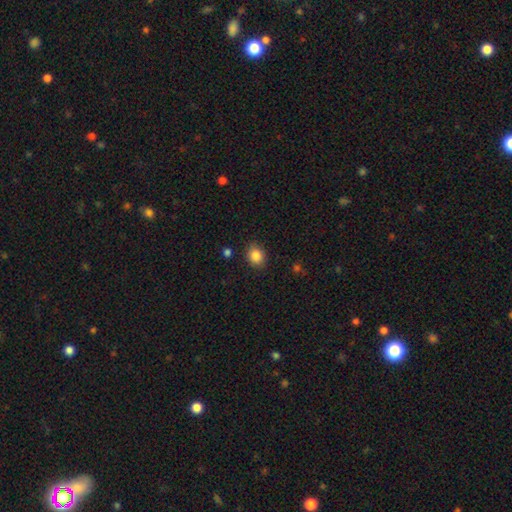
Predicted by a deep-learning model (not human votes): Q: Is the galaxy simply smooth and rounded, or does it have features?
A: smooth — 85%.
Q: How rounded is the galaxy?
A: round — 54%.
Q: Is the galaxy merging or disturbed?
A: none — 86%.